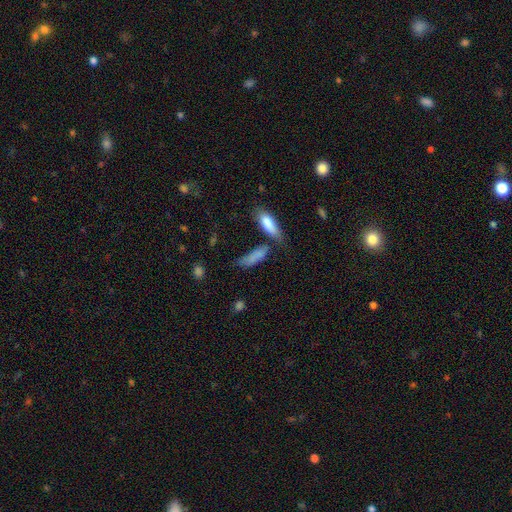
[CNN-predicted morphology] A smooth galaxy with no disk features (78%) that is cigar-shaped (52%).

Vote fractions:
- Smooth or featured? smooth: 78% / featured or disk: 14% / star or artifact: 9%
- How rounded? cigar-shaped: 52% / in between: 45% / round: 3%
- Merging? none: 45% / merger: 23% / minor disturbance: 22% / major disturbance: 11%